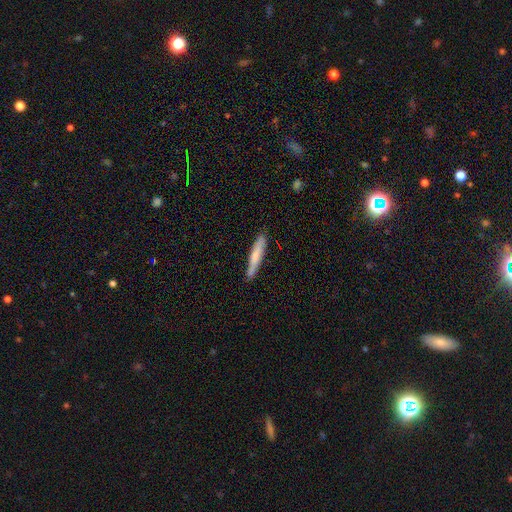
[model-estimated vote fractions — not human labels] This is likely a smooth galaxy (69%). How rounded: clearly cigar-shaped (92%). Merging: likely none (79%).